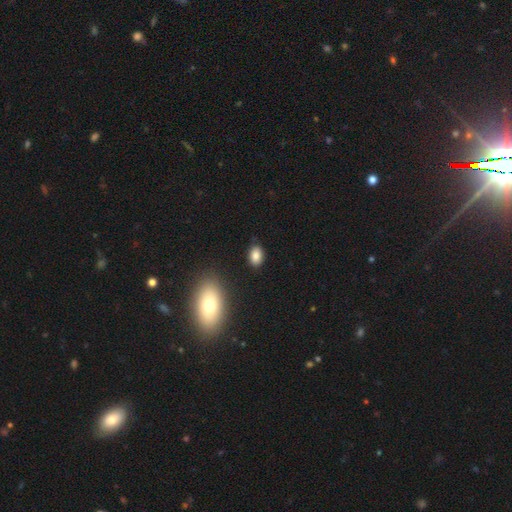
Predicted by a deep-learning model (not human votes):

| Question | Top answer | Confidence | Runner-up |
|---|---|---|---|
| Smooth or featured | smooth | 85% | star or artifact (9%) |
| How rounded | in between | 85% | round (13%) |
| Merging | none | 86% | minor disturbance (10%) |